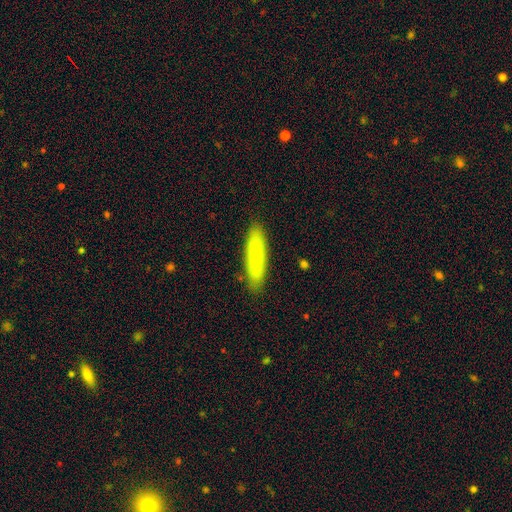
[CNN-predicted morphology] type=smooth (76%); roundness=cigar-shaped (74%); merging=none (84%).